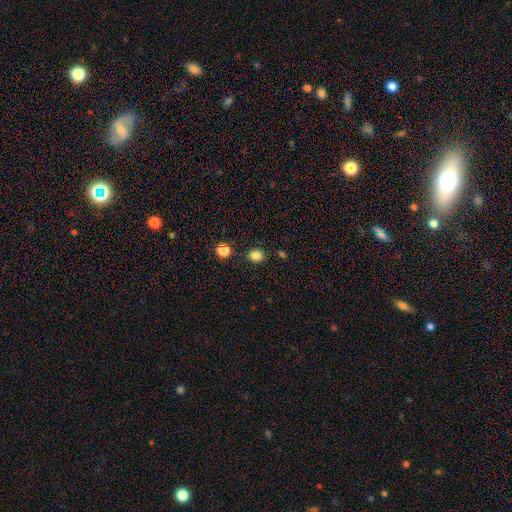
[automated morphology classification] Smooth or featured: smooth — 83% (star or artifact — 13%)
How rounded: round — 65% (in between — 34%)
Merging: none — 85% (minor disturbance — 9%)